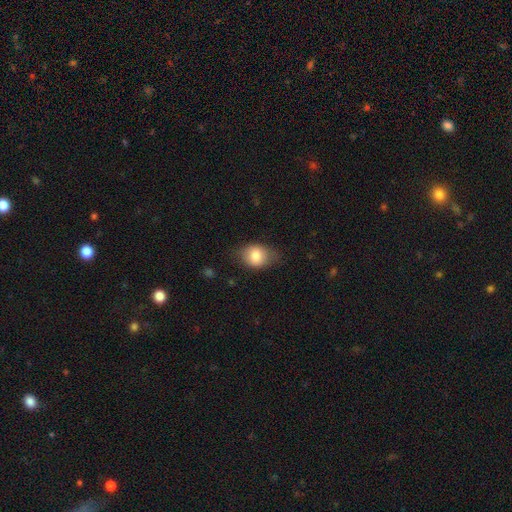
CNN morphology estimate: A smooth galaxy with no disk features (79%) that is in between round and cigar-shaped (60%).

Vote fractions:
- Smooth or featured? smooth: 79% / featured or disk: 13% / star or artifact: 8%
- How rounded? in between: 60% / round: 39% / cigar-shaped: 1%
- Merging? none: 66% / minor disturbance: 26% / major disturbance: 7% / merger: 1%